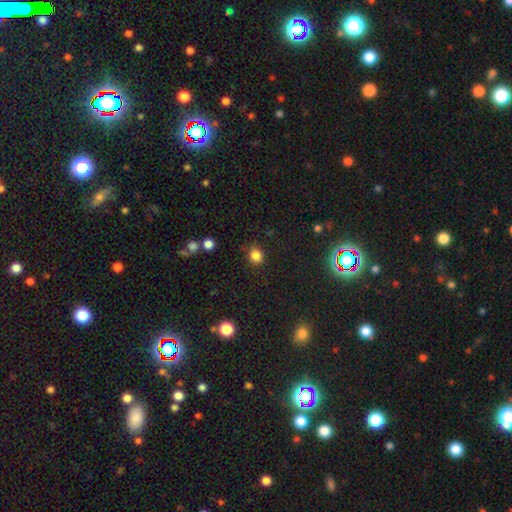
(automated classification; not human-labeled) smooth-or-featured: smooth: 83% | star or artifact: 12% | featured or disk: 4%
  how-rounded: round: 69% | in between: 30% | cigar-shaped: 1%
  merging: none: 82% | minor disturbance: 12% | major disturbance: 3% | merger: 2%